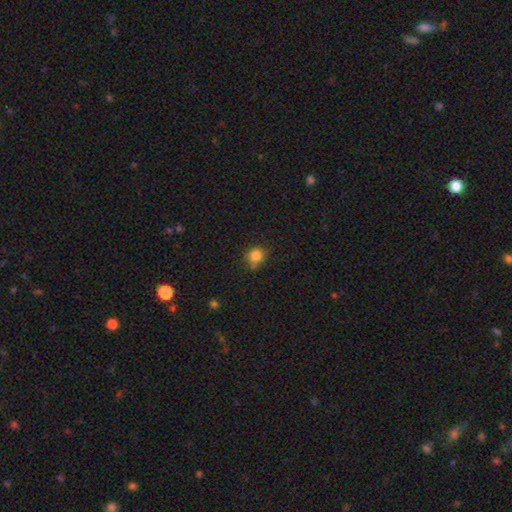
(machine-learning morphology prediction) Overall: smooth (84%). How rounded: round (87%). Merging: none (71%).